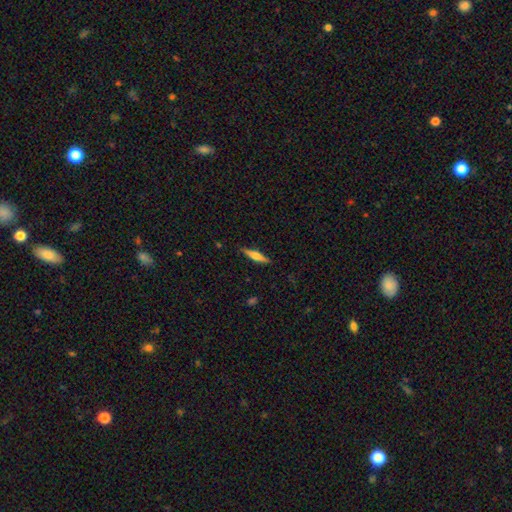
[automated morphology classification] A featured or disk galaxy (52%) viewed edge-on (96%).

Vote fractions:
- Smooth or featured? featured or disk: 52% / smooth: 42% / star or artifact: 6%
- Edge-on disk? yes: 96% / no: 4%
- Merging? none: 89% / minor disturbance: 8% / major disturbance: 2% / merger: 1%